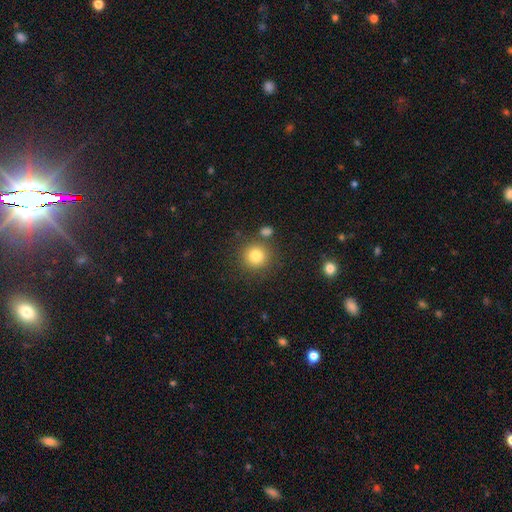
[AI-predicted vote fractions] Overall: smooth (82%). How rounded: round (92%). Merging: none (81%).